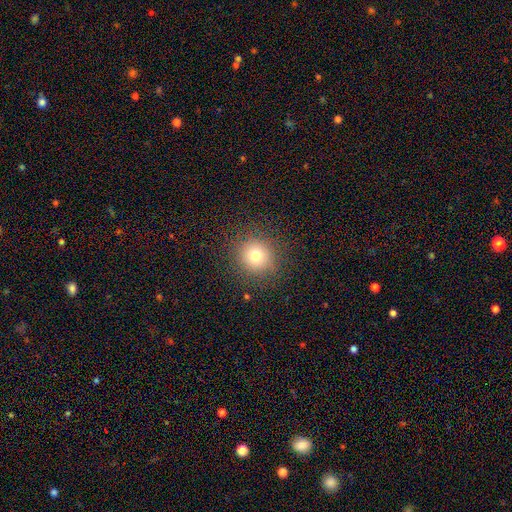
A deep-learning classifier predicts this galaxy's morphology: Smooth or featured: smooth — 76% (star or artifact — 14%)
How rounded: round — 90% (in between — 9%)
Merging: none — 88% (minor disturbance — 8%)